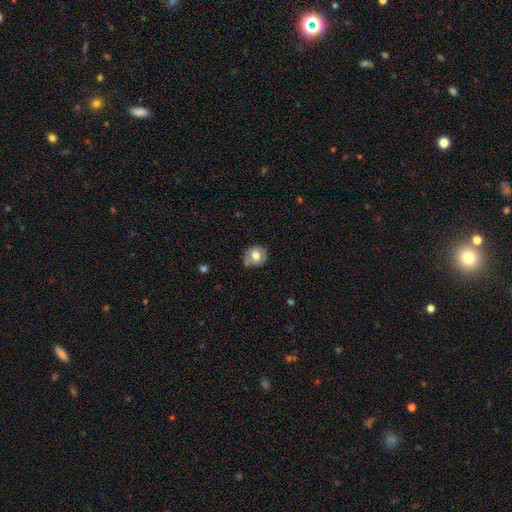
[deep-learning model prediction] This is likely a smooth galaxy (63%). How rounded: likely round (72%). Merging: likely none (65%).